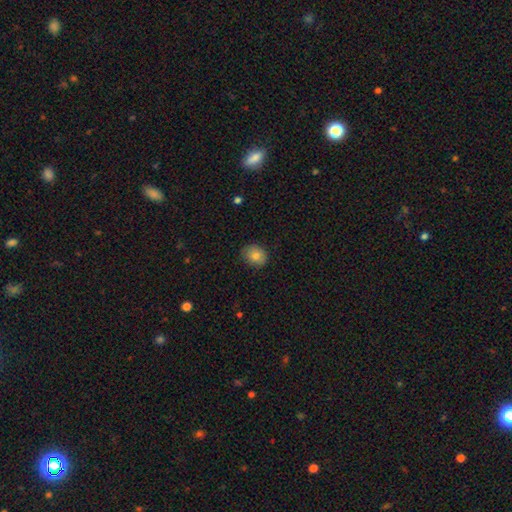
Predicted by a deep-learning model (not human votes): smooth-or-featured: smooth: 81% | featured or disk: 10% | star or artifact: 9%
  how-rounded: round: 61% | in between: 38% | cigar-shaped: 1%
  merging: none: 80% | minor disturbance: 16% | major disturbance: 3% | merger: 1%